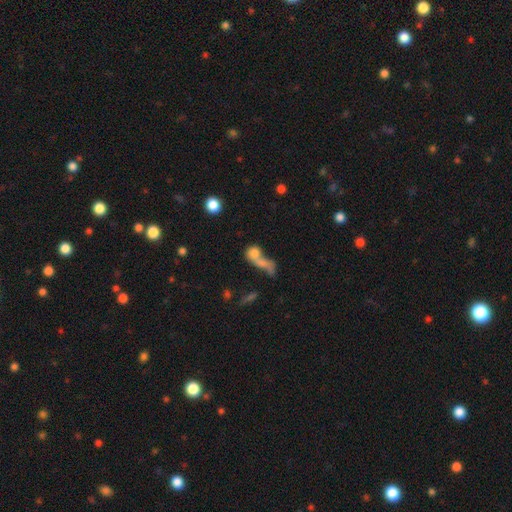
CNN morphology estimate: Smooth or featured?
  - smooth: 69% *
  - featured or disk: 19%
  - star or artifact: 12%
How rounded?
  - round: 51% *
  - in between: 39%
  - cigar-shaped: 10%
Merging?
  - merger: 64% *
  - none: 20%
  - major disturbance: 9%
  - minor disturbance: 7%